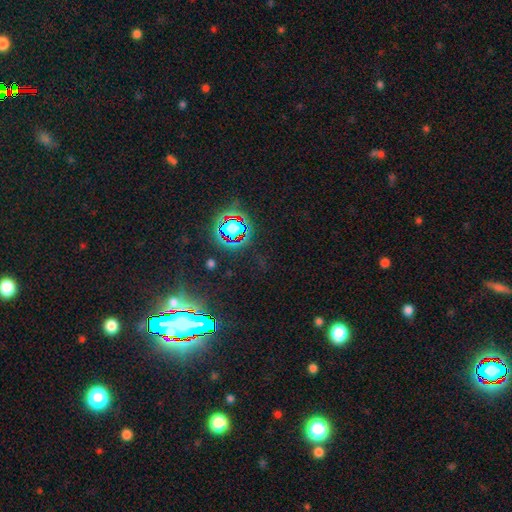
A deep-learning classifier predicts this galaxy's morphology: This appears to be a star or artifact, not a galaxy (82%).